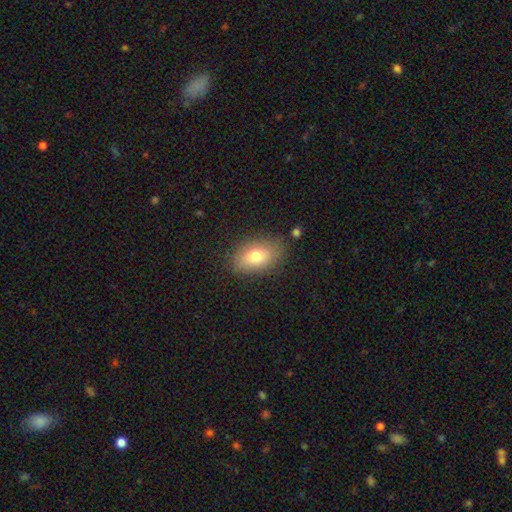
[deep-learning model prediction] Q: Smooth or featured?
A: smooth (74%); runner-up: featured or disk (17%)
Q: How rounded?
A: in between (88%); runner-up: round (10%)
Q: Merging?
A: none (80%); runner-up: minor disturbance (14%)